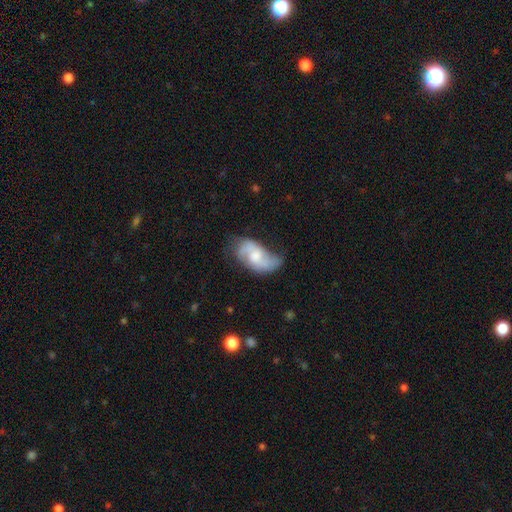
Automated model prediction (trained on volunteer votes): This appears to be a featured or disk galaxy (68%) with no bar (54%), 2 (82%) loose (44%) spiral arms (88%) and a moderate central bulge (52%). Merging: none (49%).